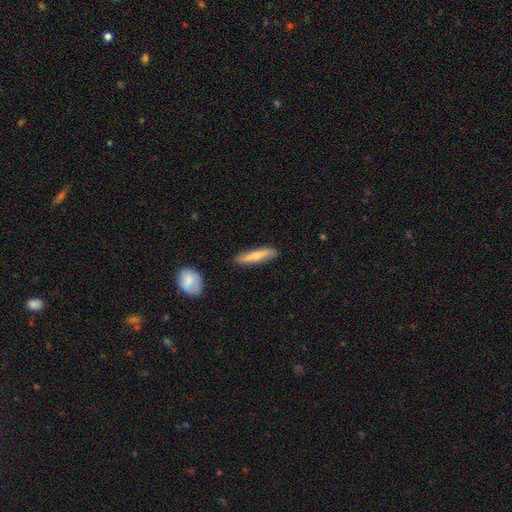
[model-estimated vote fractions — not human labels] Morphology: type=smooth (57%); roundness=cigar-shaped (81%); merging=none (86%).